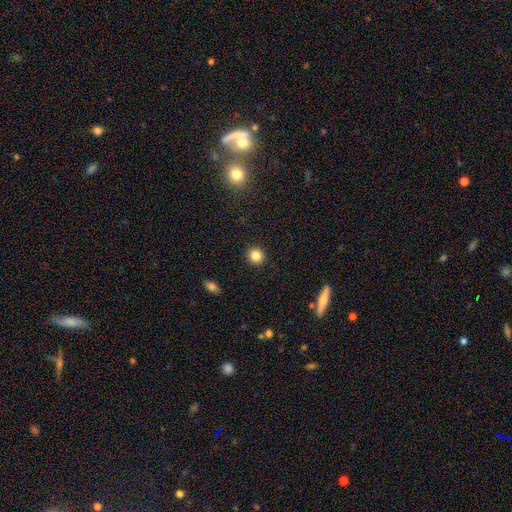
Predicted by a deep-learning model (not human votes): smooth 83%, star or artifact 11%, featured or disk 5%. Down the decision tree: how rounded — round (91%); merging — none (92%).